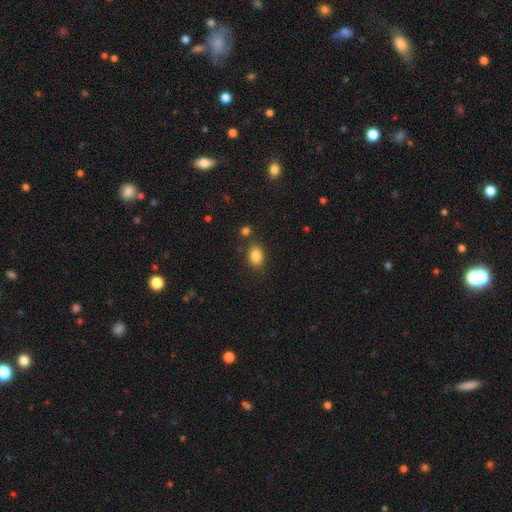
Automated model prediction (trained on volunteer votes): The model was most divided on "how rounded": in between: 73%, round: 26%, cigar-shaped: 1%. More confident: smooth or featured — smooth (85%); merging — none (79%).